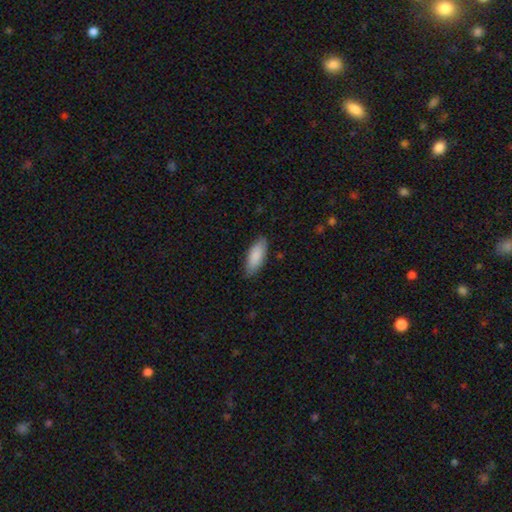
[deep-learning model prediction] Smooth or featured? smooth (88%)
How rounded? in between (76%)
Merging? none (84%)